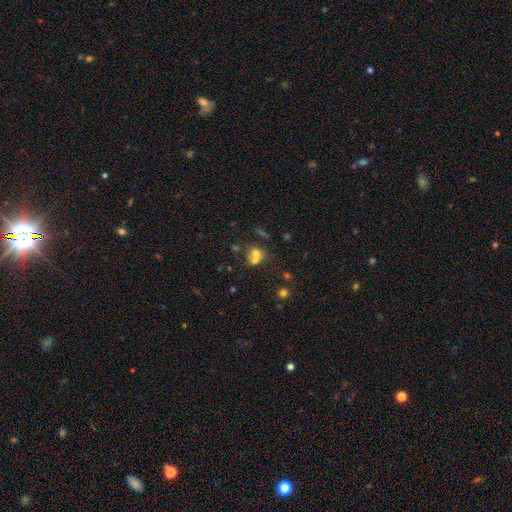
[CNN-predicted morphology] Smooth or featured? smooth (61%)
How rounded? round (69%)
Merging? merger (59%)